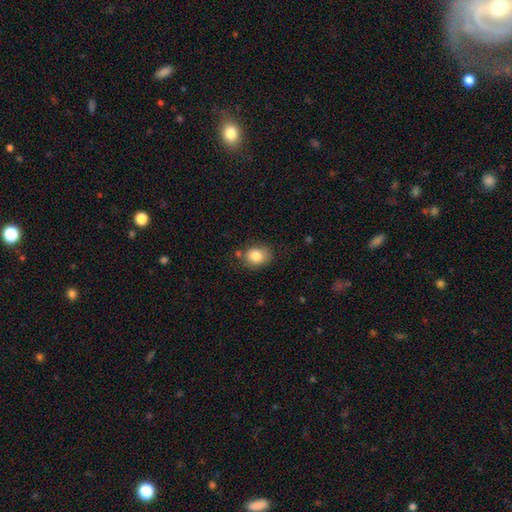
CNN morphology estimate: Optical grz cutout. It shows a smooth galaxy with no disk features (83%) that is in between round and cigar-shaped (52%). Merging: none (69%).